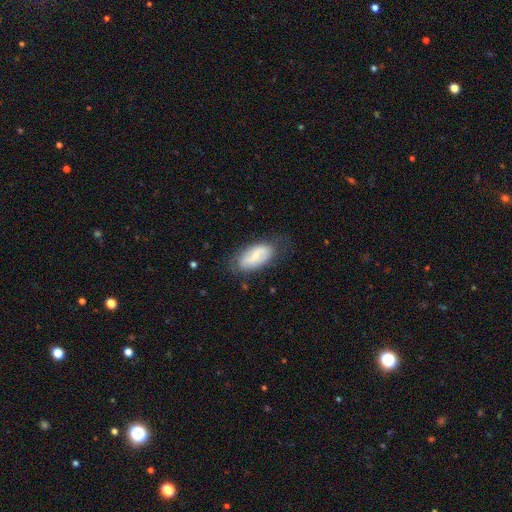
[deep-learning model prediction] This is possibly a smooth galaxy (52%). How rounded: clearly in between (91%). Merging: likely none (66%).